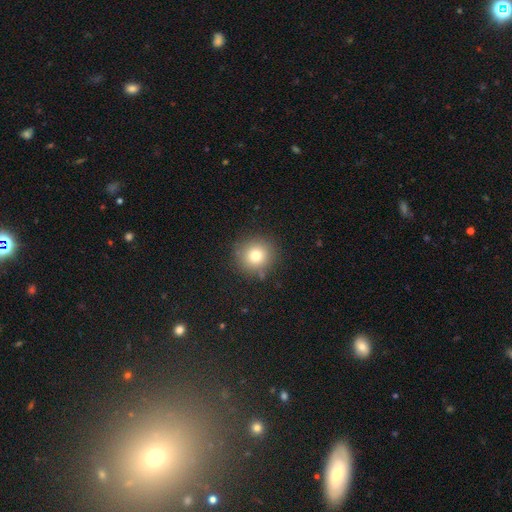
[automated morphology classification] Smooth or featured?
  - smooth: 75% *
  - star or artifact: 14%
  - featured or disk: 11%
How rounded?
  - round: 93% *
  - in between: 6%
  - cigar-shaped: 1%
Merging?
  - none: 86% *
  - minor disturbance: 9%
  - major disturbance: 3%
  - merger: 2%